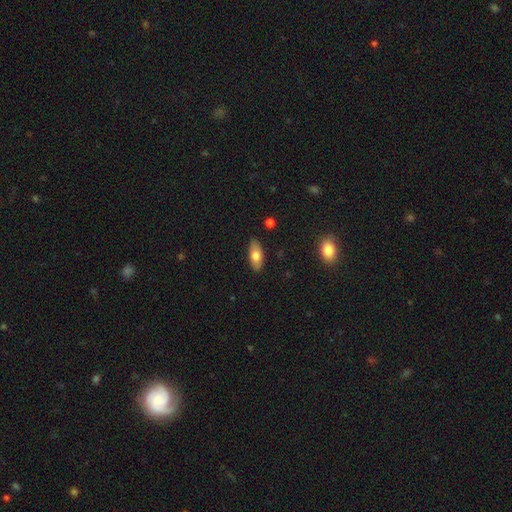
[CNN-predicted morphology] Smooth or featured? Predicted: smooth (p=0.72). How rounded? Predicted: in between (p=0.84). Merging? Predicted: none (p=0.87).